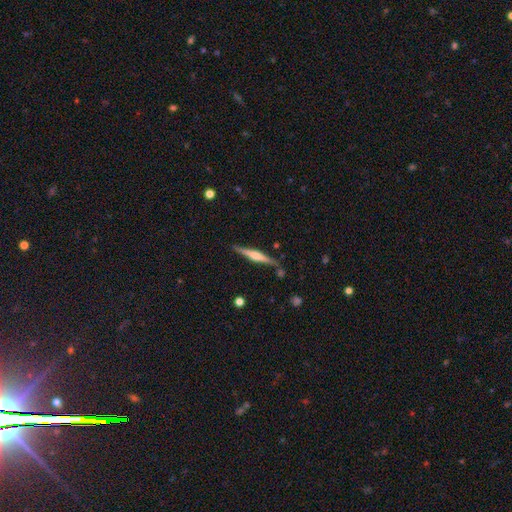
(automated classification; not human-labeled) Overall: featured or disk (69%). Edge-on disk: yes (98%). Edge-on bulge: rounded (65%; boxy 25%). Merging: none (83%).